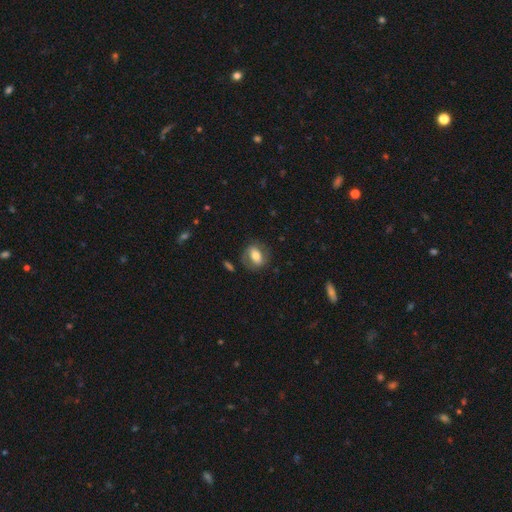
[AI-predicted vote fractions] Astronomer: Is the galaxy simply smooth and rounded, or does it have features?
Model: smooth — 55% (runner-up: featured or disk, 38%).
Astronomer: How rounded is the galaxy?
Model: in between — 67%.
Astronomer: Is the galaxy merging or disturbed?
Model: none — 72%.